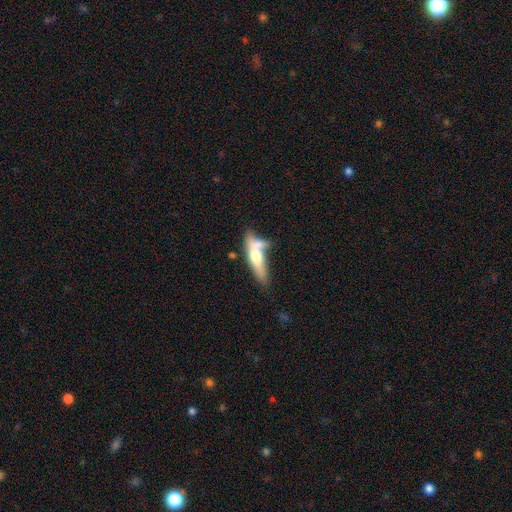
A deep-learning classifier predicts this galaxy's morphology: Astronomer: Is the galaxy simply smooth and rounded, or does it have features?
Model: smooth — 54% (runner-up: featured or disk, 40%).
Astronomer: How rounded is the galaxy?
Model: cigar-shaped — 64%.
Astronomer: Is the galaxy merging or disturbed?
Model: none — 36% (runner-up: merger, 35%).